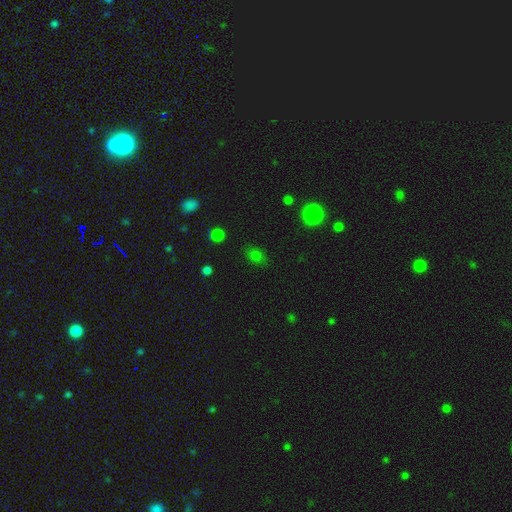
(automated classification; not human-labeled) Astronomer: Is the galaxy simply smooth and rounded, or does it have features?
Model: smooth — 72%.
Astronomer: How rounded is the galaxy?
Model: in between — 60% (runner-up: round, 38%).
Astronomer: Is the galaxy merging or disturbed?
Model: none — 81%.